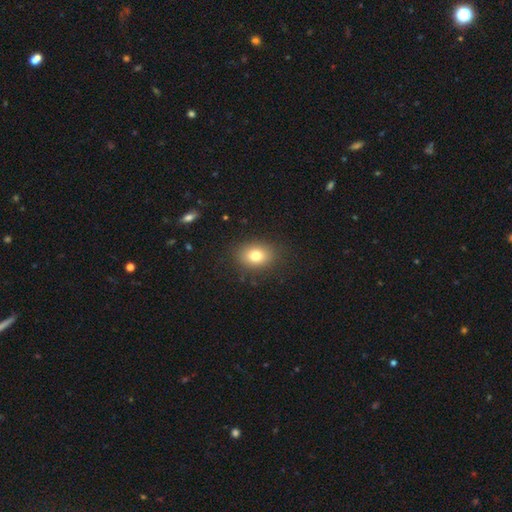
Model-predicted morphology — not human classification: Smooth or featured: smooth — 78% (star or artifact — 11%)
How rounded: in between — 60% (round — 39%)
Merging: none — 86% (minor disturbance — 10%)